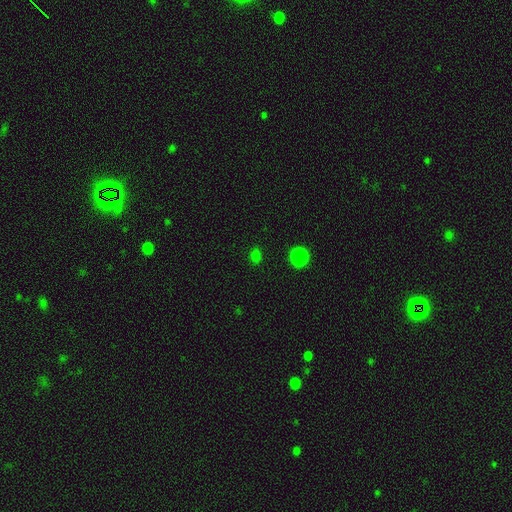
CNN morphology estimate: Smooth or featured: smooth — 74% (star or artifact — 22%)
How rounded: round — 54% (in between — 45%)
Merging: none — 85% (minor disturbance — 9%)